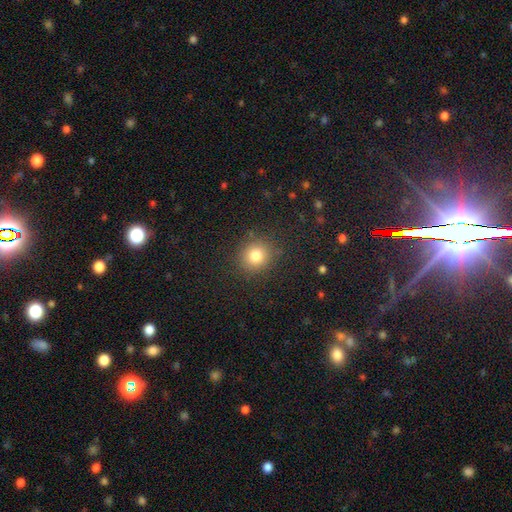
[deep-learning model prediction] Smooth or featured? Predicted: smooth (p=0.80). How rounded? Predicted: round (p=0.86). Merging? Predicted: none (p=0.87).